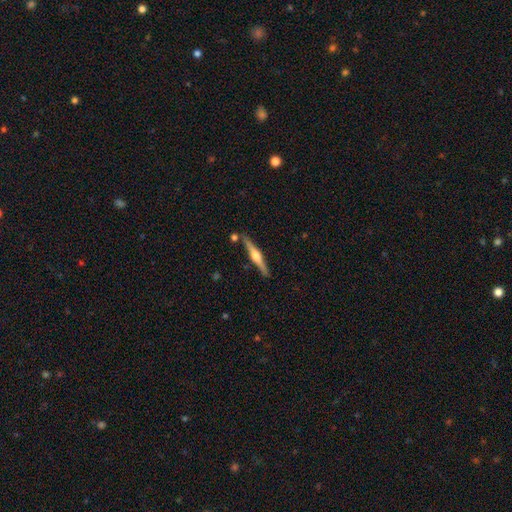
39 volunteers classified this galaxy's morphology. Volunteers were most divided on "smooth or featured": featured or disk: 67%, smooth: 26%, star or artifact: 8%. More confident: edge-on disk — yes (100%); edge-on bulge — rounded (96%); merging — none (92%).